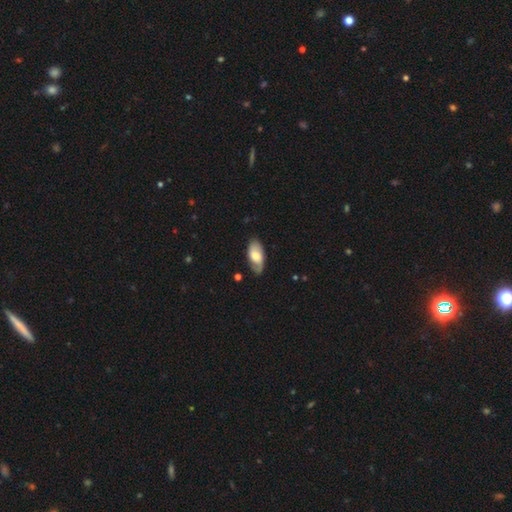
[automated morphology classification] smooth_or_featured: smooth (p=0.59) [alt: featured or disk p=0.35]
how_rounded: in between (p=0.92) [alt: cigar-shaped p=0.05]
merging: none (p=0.72) [alt: minor disturbance p=0.21]